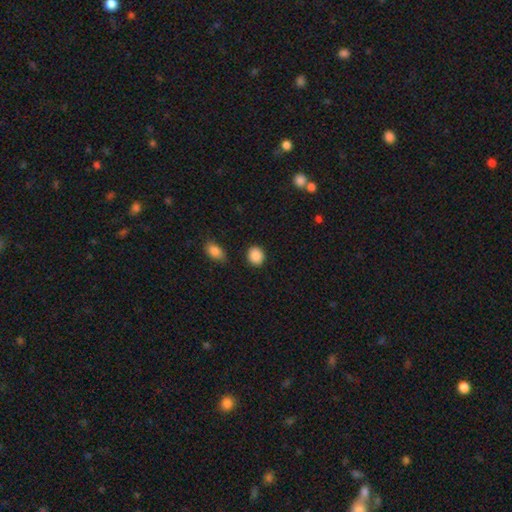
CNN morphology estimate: The model was most divided on "how rounded": round: 71%, in between: 28%, cigar-shaped: 1%. More confident: smooth or featured — smooth (89%); merging — none (86%).